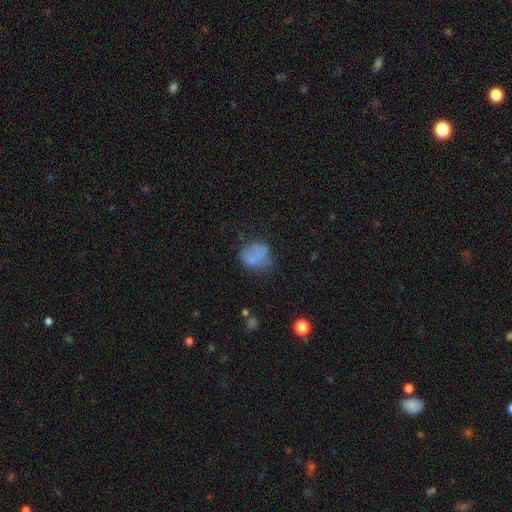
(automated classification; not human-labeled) Morphology: type=smooth (65%); roundness=round (58%); merging=none (45%).